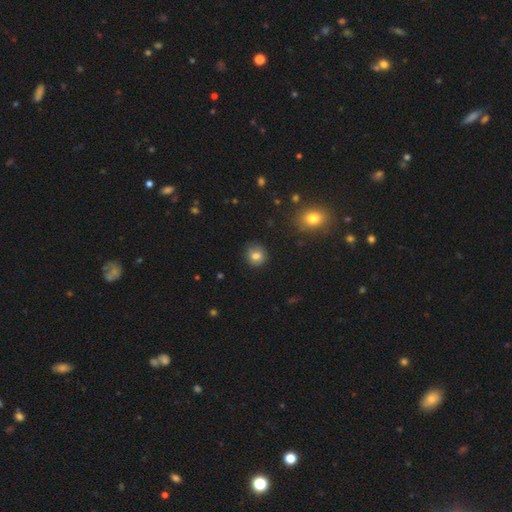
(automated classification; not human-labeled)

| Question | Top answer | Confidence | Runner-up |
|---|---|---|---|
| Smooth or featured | smooth | 81% | star or artifact (11%) |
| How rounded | round | 87% | in between (12%) |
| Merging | none | 85% | minor disturbance (11%) |